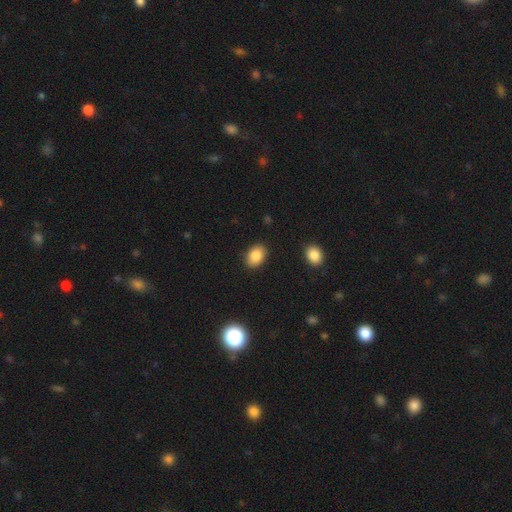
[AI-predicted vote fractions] This appears to be a smooth galaxy with no disk features (86%) that is in between round and cigar-shaped (80%). Merging: none (87%).